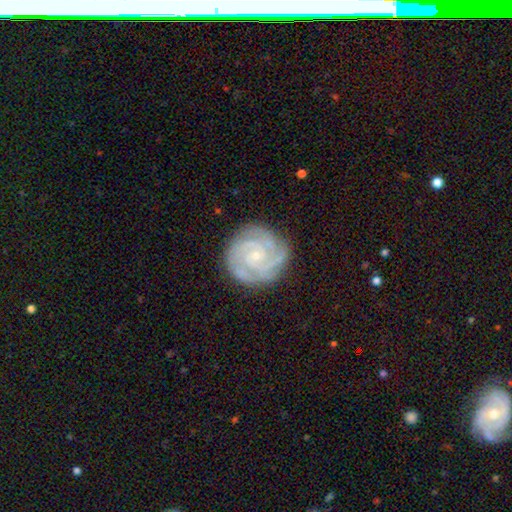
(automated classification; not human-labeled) Smooth or featured?
  - featured or disk: 87% *
  - smooth: 7%
  - star or artifact: 6%
Edge-on disk?
  - no: 98% *
  - yes: 2%
Bar?
  - no: 74% *
  - weak: 21%
  - strong: 5%
Spiral arms?
  - yes: 98% *
  - no: 2%
Spiral winding?
  - tight: 77% *
  - medium: 20%
  - loose: 3%
Spiral arm count?
  - 3: 37% *
  - 4: 25%
  - can't tell: 14%
  - 2: 11%
  - more than 4: 6%
  - 1: 6%
Bulge size?
  - small: 80% *
  - moderate: 15%
  - none: 2%
  - large: 1%
  - dominant: 1%
Merging?
  - none: 82% *
  - minor disturbance: 13%
  - major disturbance: 3%
  - merger: 1%